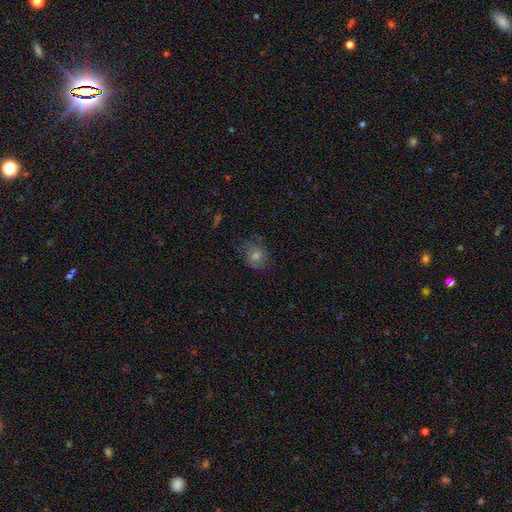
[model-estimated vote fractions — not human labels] Smooth or featured?
  - smooth: 58% *
  - star or artifact: 22%
  - featured or disk: 20%
How rounded?
  - round: 67% *
  - in between: 32%
  - cigar-shaped: 1%
Merging?
  - none: 72% *
  - minor disturbance: 19%
  - major disturbance: 7%
  - merger: 1%